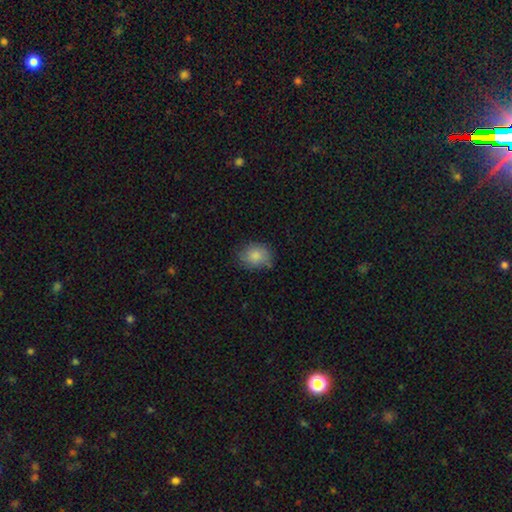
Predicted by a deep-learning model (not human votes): smooth 84%, featured or disk 8%, star or artifact 8%. Down the decision tree: how rounded — round (51%); merging — none (69%).